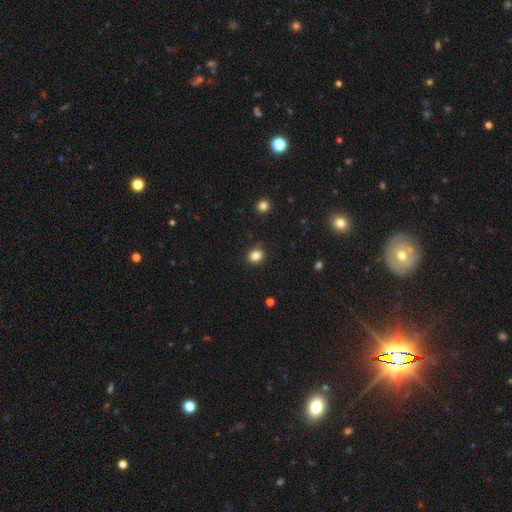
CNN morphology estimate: This is clearly a smooth galaxy (84%). How rounded: possibly round (59%). Merging: clearly none (81%).